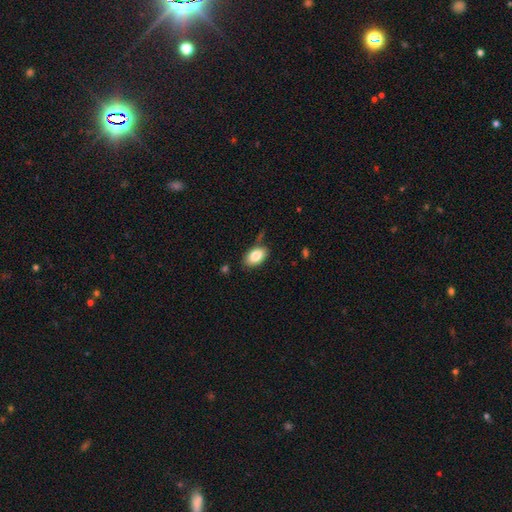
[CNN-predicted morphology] Smooth or featured?
  - smooth: 84% *
  - featured or disk: 9%
  - star or artifact: 7%
How rounded?
  - in between: 92% *
  - round: 6%
  - cigar-shaped: 2%
Merging?
  - none: 76% *
  - minor disturbance: 17%
  - major disturbance: 4%
  - merger: 4%